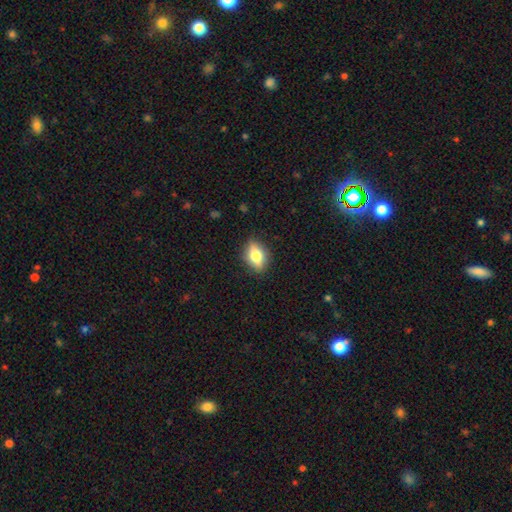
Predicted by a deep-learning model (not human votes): smooth-or-featured: smooth: 65% | featured or disk: 26% | star or artifact: 8%
  how-rounded: in between: 76% | round: 17% | cigar-shaped: 7%
  merging: none: 84% | minor disturbance: 12% | major disturbance: 3% | merger: 1%